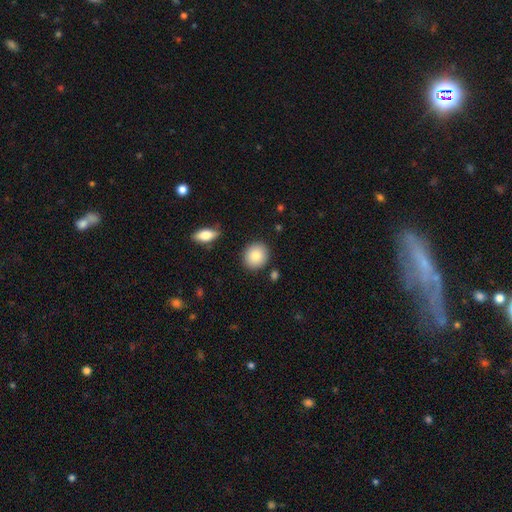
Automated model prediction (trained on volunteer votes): A smooth galaxy with no disk features (84%) that is round (78%).

Vote fractions:
- Smooth or featured? smooth: 84% / featured or disk: 8% / star or artifact: 8%
- How rounded? round: 78% / in between: 21% / cigar-shaped: 1%
- Merging? none: 88% / minor disturbance: 7% / merger: 3% / major disturbance: 2%